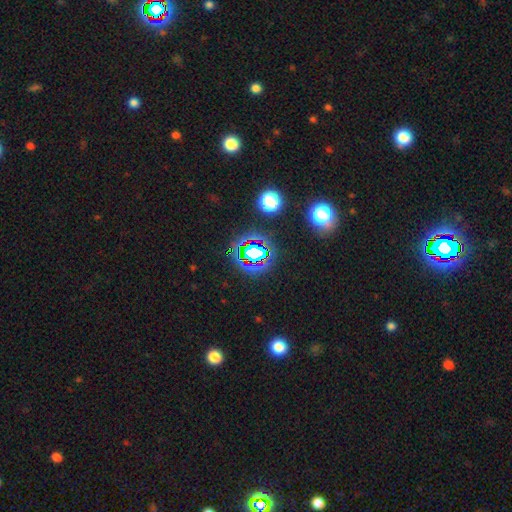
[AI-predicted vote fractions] Q: Smooth or featured?
A: star or artifact (70%); runner-up: smooth (19%)